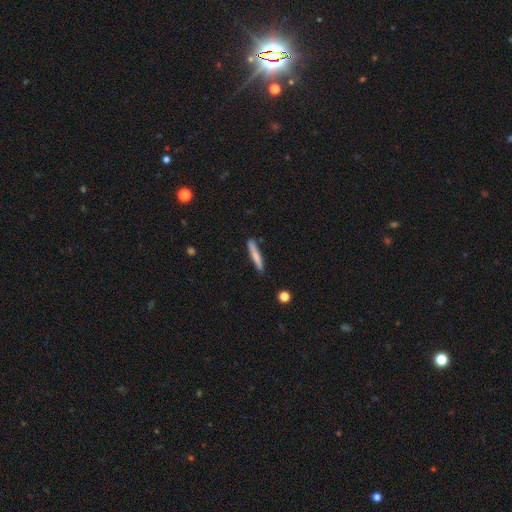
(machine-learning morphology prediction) Overall: smooth (71%). How rounded: cigar-shaped (94%). Merging: none (84%).